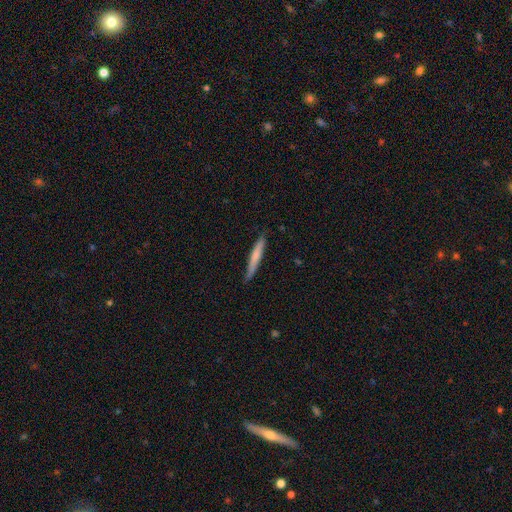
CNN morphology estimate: Q: Smooth or featured?
A: smooth (67%); runner-up: featured or disk (28%)
Q: How rounded?
A: cigar-shaped (95%); runner-up: in between (4%)
Q: Merging?
A: none (82%); runner-up: minor disturbance (15%)